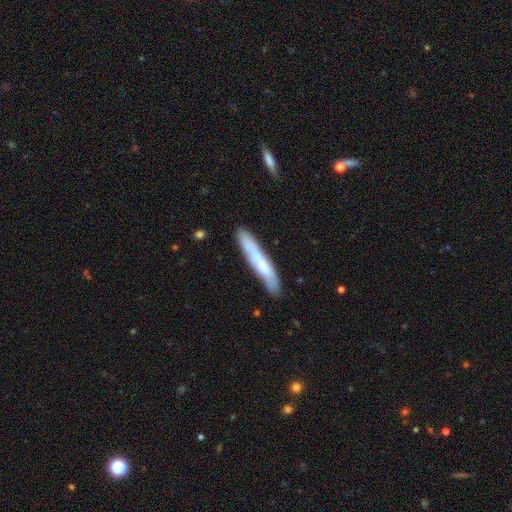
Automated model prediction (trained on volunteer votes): Smooth or featured?
  - smooth: 58% *
  - featured or disk: 35%
  - star or artifact: 7%
How rounded?
  - cigar-shaped: 93% *
  - in between: 6%
  - round: 1%
Merging?
  - none: 83% *
  - minor disturbance: 13%
  - major disturbance: 2%
  - merger: 2%